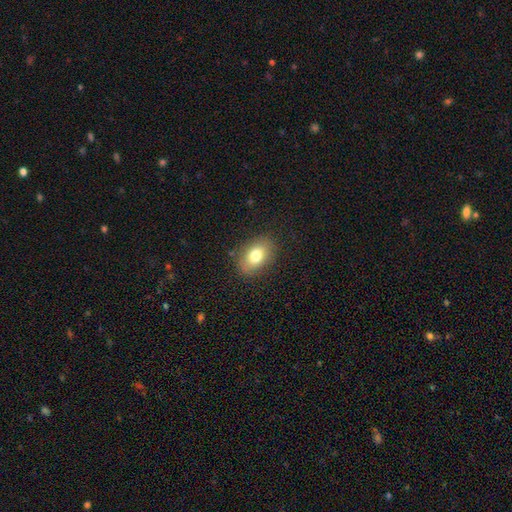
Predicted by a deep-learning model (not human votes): Smooth or featured?
  - smooth: 77% *
  - featured or disk: 14%
  - star or artifact: 8%
How rounded?
  - in between: 85% *
  - round: 13%
  - cigar-shaped: 1%
Merging?
  - none: 84% *
  - minor disturbance: 12%
  - major disturbance: 4%
  - merger: 1%